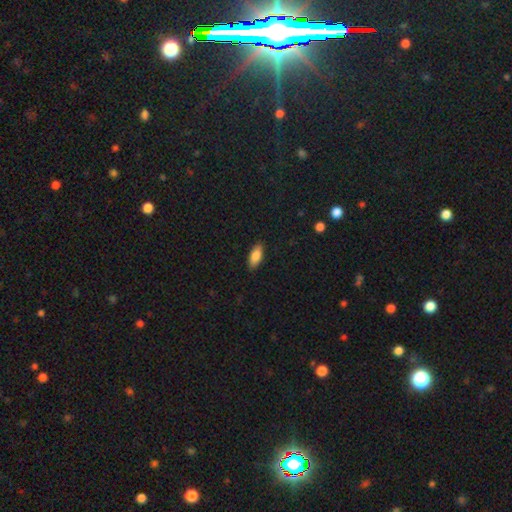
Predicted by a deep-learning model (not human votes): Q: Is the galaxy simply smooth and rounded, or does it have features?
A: smooth — 84%.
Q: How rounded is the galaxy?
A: in between — 82%.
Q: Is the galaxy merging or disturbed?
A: none — 88%.